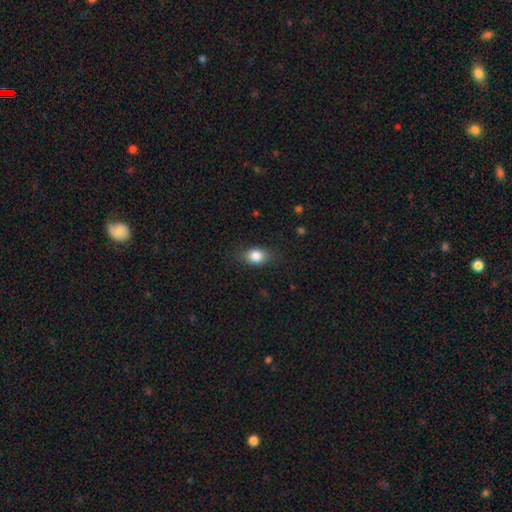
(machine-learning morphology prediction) The model was most divided on "how rounded": in between: 65%, round: 33%, cigar-shaped: 2%. More confident: smooth or featured — smooth (82%); merging — none (79%).